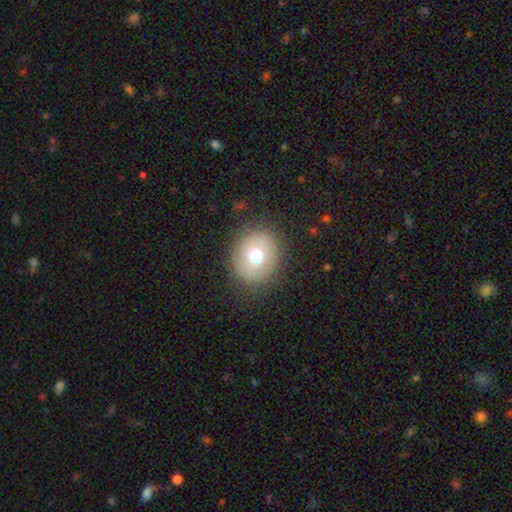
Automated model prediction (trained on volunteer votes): This appears to be a smooth galaxy with no disk features (65%) that is round (76%). Merging: none (83%).